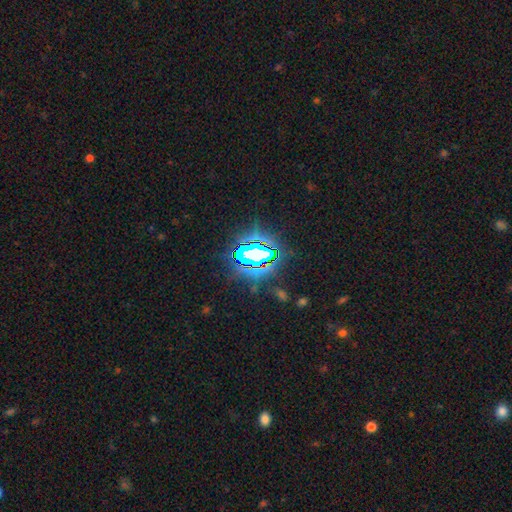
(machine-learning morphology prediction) Smooth or featured: star or artifact — 76% (smooth — 14%)